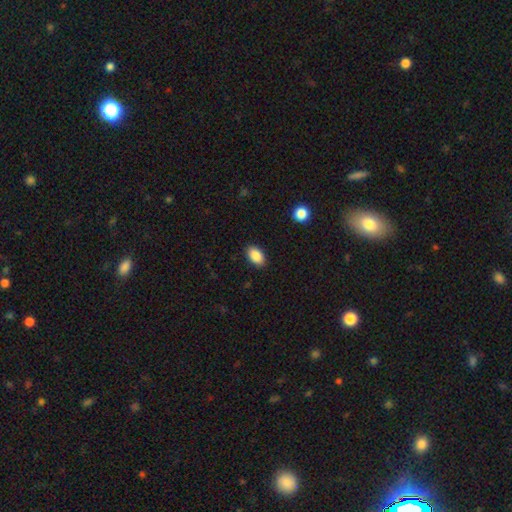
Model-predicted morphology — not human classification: Overall: smooth (88%). How rounded: in between (91%). Merging: none (88%).